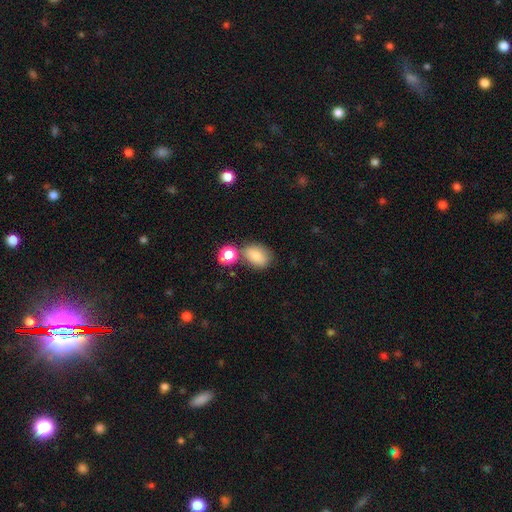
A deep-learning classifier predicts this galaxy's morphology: This is likely a smooth galaxy (80%). How rounded: likely in between (74%). Merging: likely none (61%).